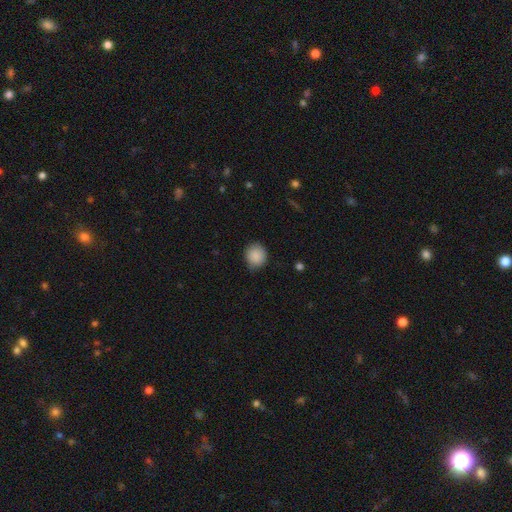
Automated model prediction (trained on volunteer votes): This is clearly a smooth galaxy (88%). How rounded: clearly round (82%). Merging: clearly none (81%).